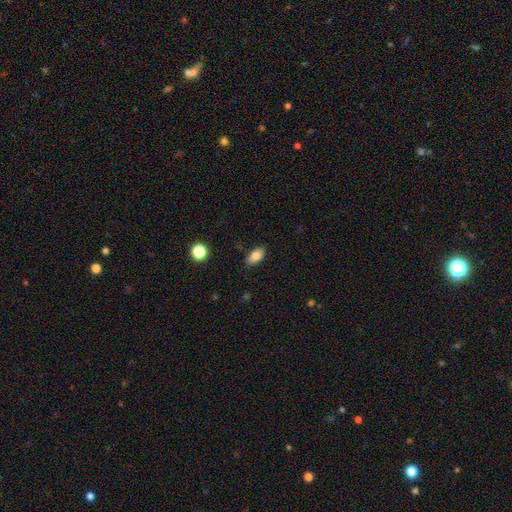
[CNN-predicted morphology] A smooth galaxy with no disk features (82%) that is in between round and cigar-shaped (91%). Merging: none (84%).